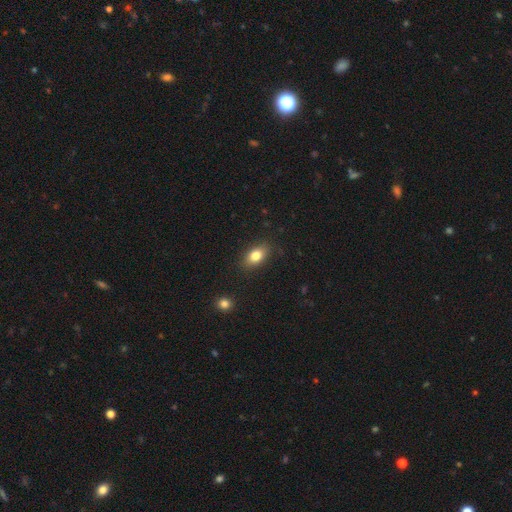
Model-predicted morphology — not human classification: A smooth galaxy with no disk features (81%) that is in between round and cigar-shaped (84%). Merging: none (84%).